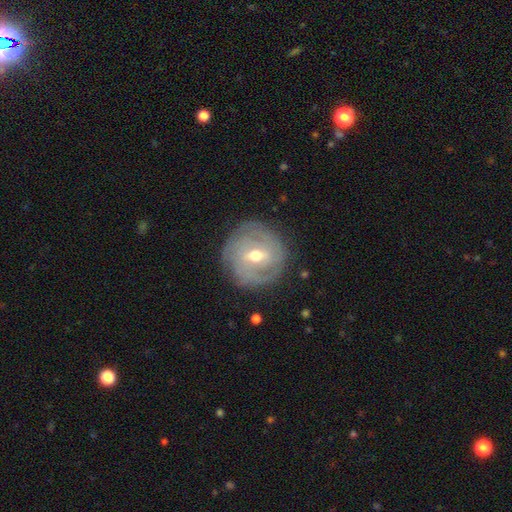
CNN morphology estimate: type=featured or disk (78%); edge-on=no (96%); bar=weak (54%); spiral arms=yes (84%); winding=tight (73%); arm count=can't tell (42%); bulge=moderate (69%); merging=none (82%).